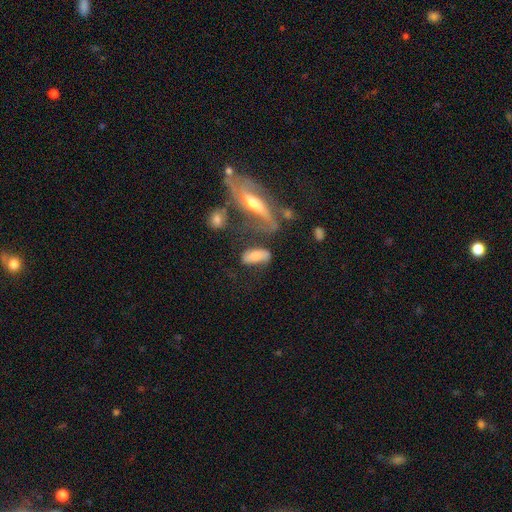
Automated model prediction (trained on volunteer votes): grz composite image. It shows a smooth galaxy with no disk features (58%) that is in between round and cigar-shaped (76%). Merging: none (50%).